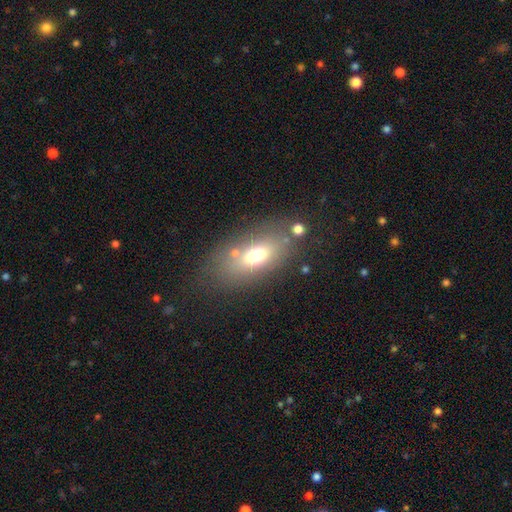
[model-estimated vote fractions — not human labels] Overall: smooth (68%). How rounded: in between (83%). Merging: none (69%).